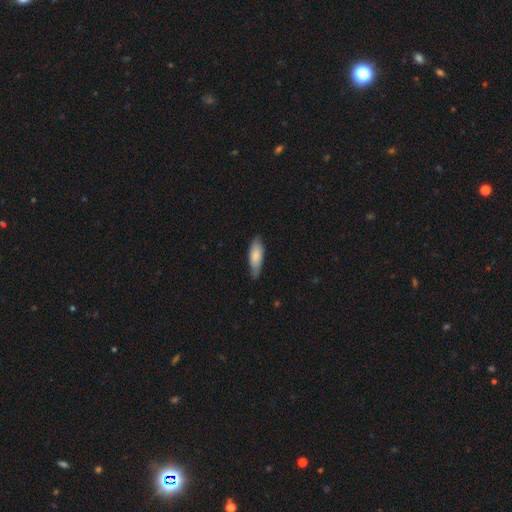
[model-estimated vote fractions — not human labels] Q: Smooth or featured?
A: smooth (80%); runner-up: featured or disk (15%)
Q: How rounded?
A: in between (66%); runner-up: cigar-shaped (32%)
Q: Merging?
A: none (69%); runner-up: minor disturbance (26%)